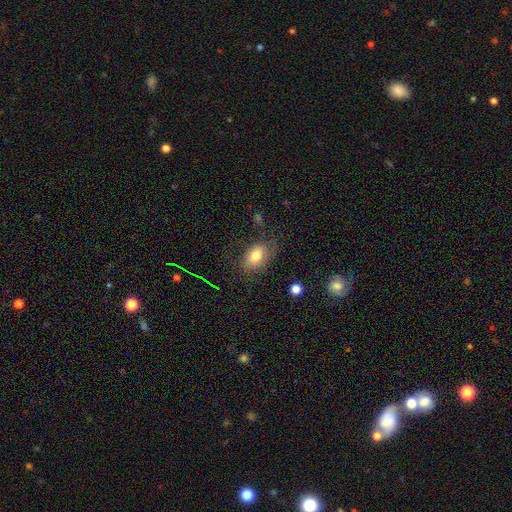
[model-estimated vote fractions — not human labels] A smooth galaxy with no disk features (75%) that is in between round and cigar-shaped (83%).

Vote fractions:
- Smooth or featured? smooth: 75% / featured or disk: 14% / star or artifact: 11%
- How rounded? in between: 83% / round: 15% / cigar-shaped: 2%
- Merging? none: 67% / minor disturbance: 20% / major disturbance: 11% / merger: 2%